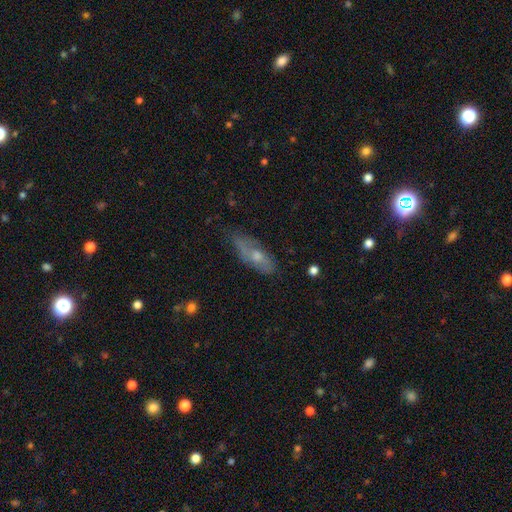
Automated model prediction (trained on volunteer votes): A smooth galaxy with no disk features (48%).

Vote fractions:
- Smooth or featured? smooth: 48% / featured or disk: 44% / star or artifact: 8%
- Merging? none: 55% / minor disturbance: 32% / major disturbance: 10% / merger: 3%